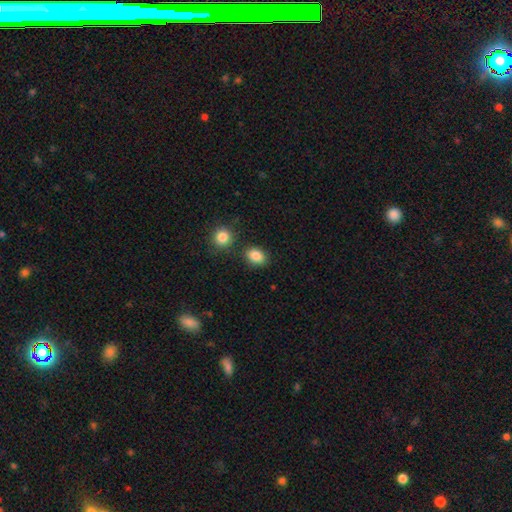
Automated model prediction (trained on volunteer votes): Morphology: type=smooth (86%); roundness=in between (67%); merging=none (80%).